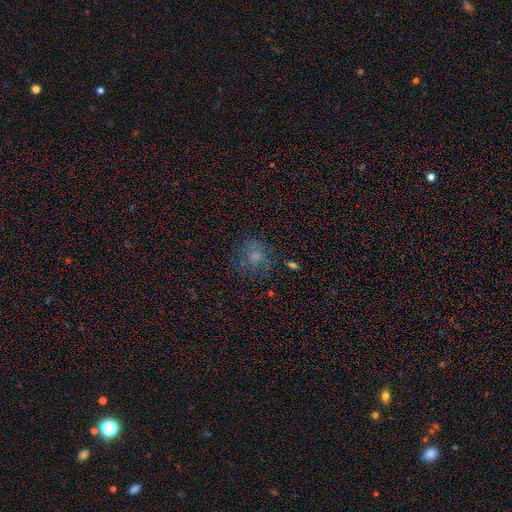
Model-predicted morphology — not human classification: Smooth or featured? smooth (59%)
How rounded? round (80%)
Merging? none (67%)